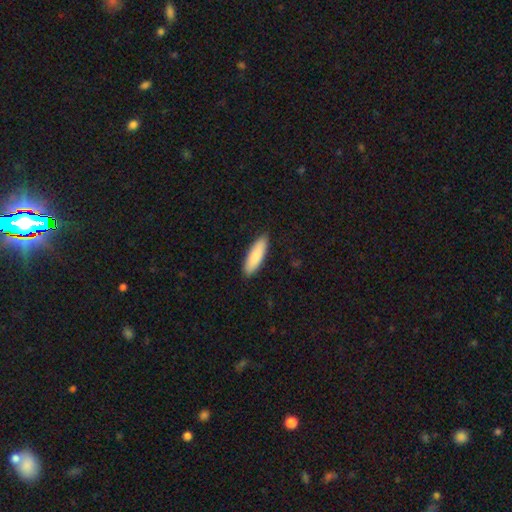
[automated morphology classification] Smooth or featured? smooth (87%)
How rounded? cigar-shaped (55%)
Merging? none (90%)